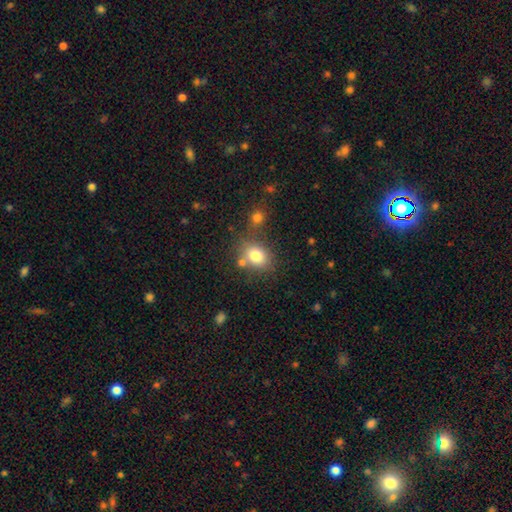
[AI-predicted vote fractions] Q: Smooth or featured?
A: smooth (79%); runner-up: star or artifact (11%)
Q: How rounded?
A: in between (50%); runner-up: round (49%)
Q: Merging?
A: none (62%); runner-up: merger (18%)